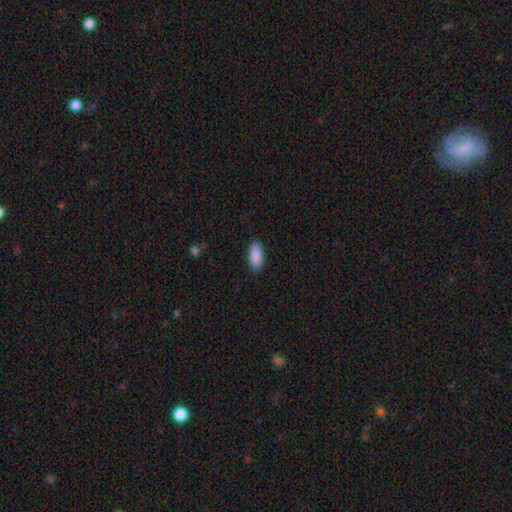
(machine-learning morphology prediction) A smooth galaxy with no disk features (90%) that is in between round and cigar-shaped (89%). Merging: none (88%).